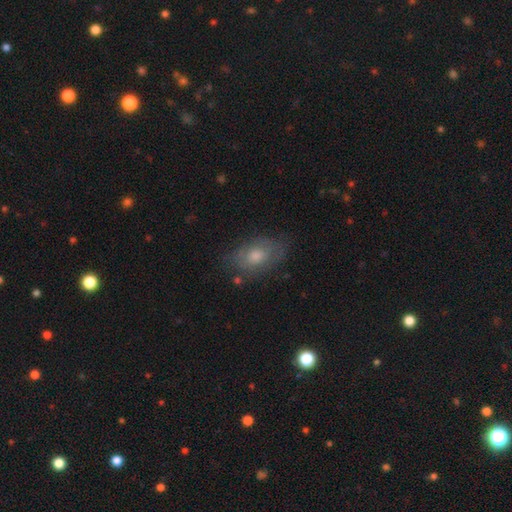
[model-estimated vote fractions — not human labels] Smooth or featured? Predicted: smooth (p=0.57). How rounded? Predicted: in between (p=0.85). Merging? Predicted: none (p=0.73).